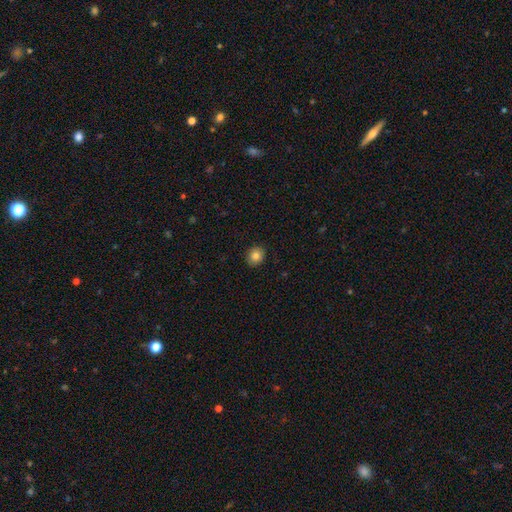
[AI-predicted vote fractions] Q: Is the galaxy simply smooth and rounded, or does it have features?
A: smooth — 83%.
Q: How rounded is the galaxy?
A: round — 65%.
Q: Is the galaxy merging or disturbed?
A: none — 90%.